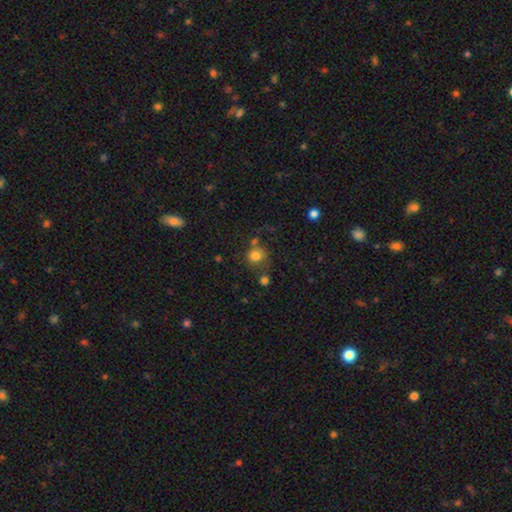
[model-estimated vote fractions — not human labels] The model was most divided on "merging": none: 63%, merger: 15%, minor disturbance: 14%, major disturbance: 7%. More confident: how rounded — round (87%); smooth or featured — smooth (79%).